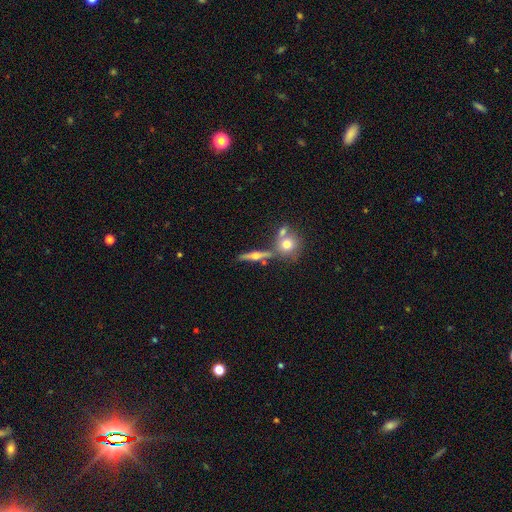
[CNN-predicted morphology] A featured or disk galaxy (67%) viewed edge-on (94%) with a rounded central bulge (93%). Merging: none (73%).